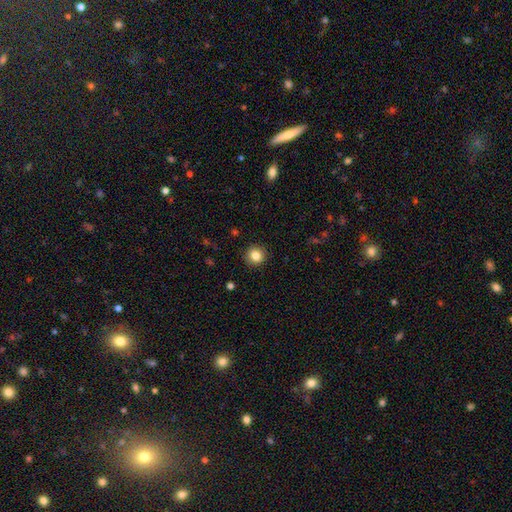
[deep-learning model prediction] The model was most divided on "smooth or featured": smooth: 84%, star or artifact: 10%, featured or disk: 6%. More confident: how rounded — round (92%); merging — none (92%).